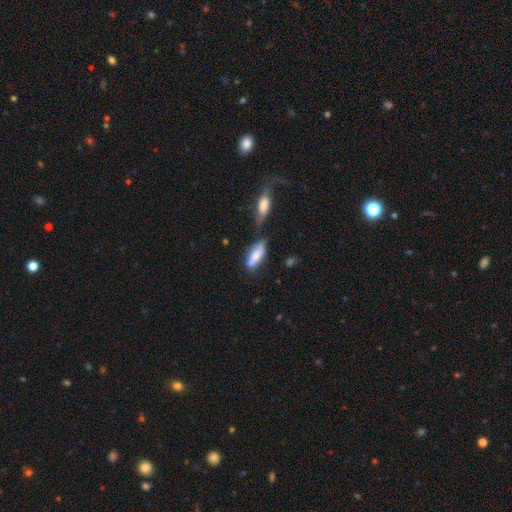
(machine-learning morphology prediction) type=smooth (73%); roundness=in between (64%); merging=none (43%).